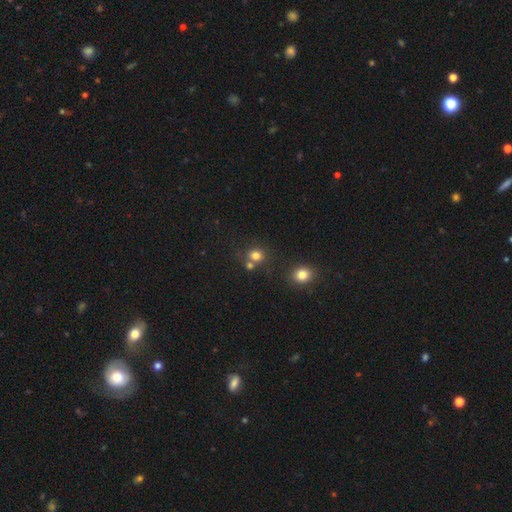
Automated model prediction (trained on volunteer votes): Smooth or featured? smooth (77%)
How rounded? round (81%)
Merging? none (64%)